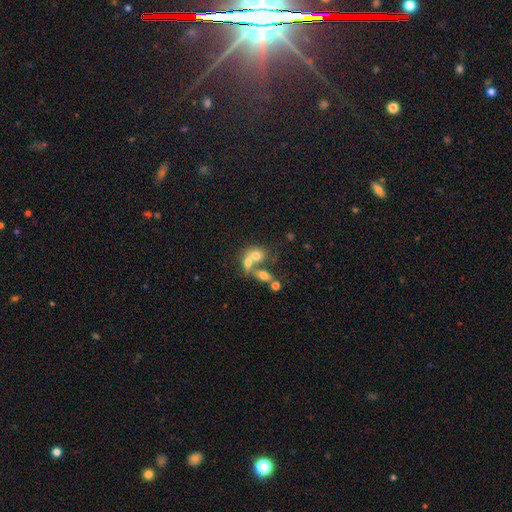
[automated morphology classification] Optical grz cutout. It shows a smooth galaxy with no disk features (65%) that is round (55%). Merging: merger (59%).